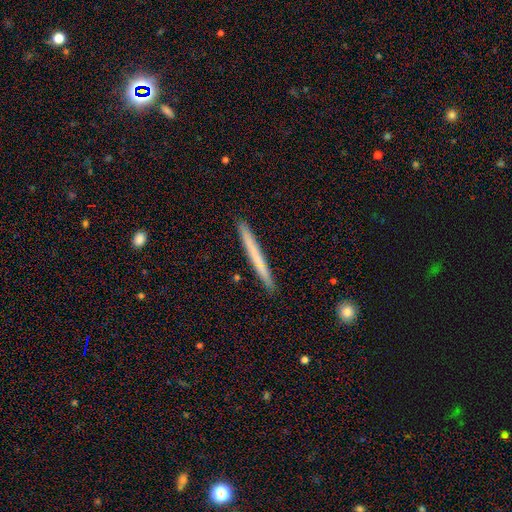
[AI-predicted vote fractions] This appears to be a smooth galaxy with no disk features (63%) that is cigar-shaped (97%). Merging: none (92%).